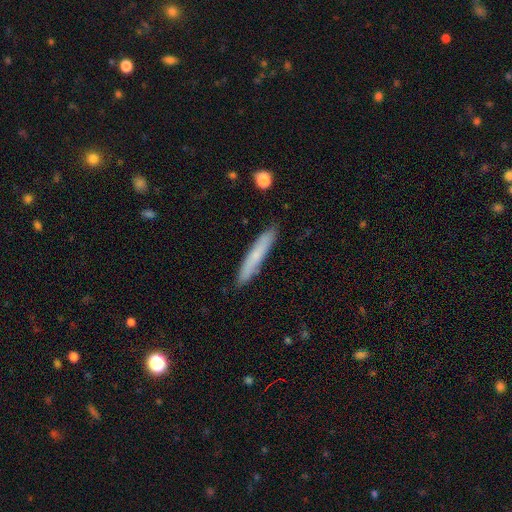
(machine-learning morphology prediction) This appears to be a smooth galaxy with no disk features (66%) that is cigar-shaped (94%). Merging: none (89%).